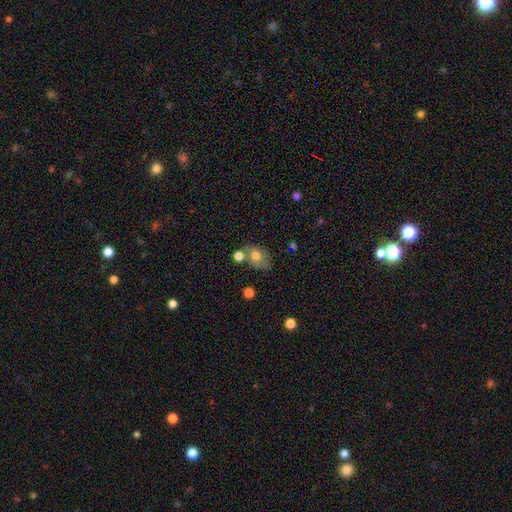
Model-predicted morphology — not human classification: This appears to be a smooth galaxy with no disk features (62%) that is in between round and cigar-shaped (70%). Merging: none (47%).